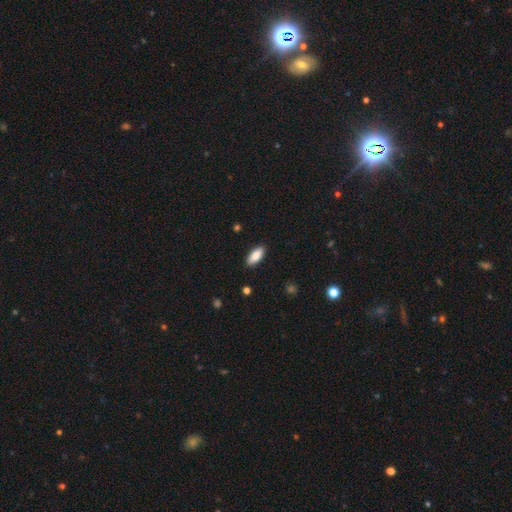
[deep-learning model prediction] This appears to be a smooth galaxy with no disk features (87%) that is in between round and cigar-shaped (79%). Merging: none (89%).